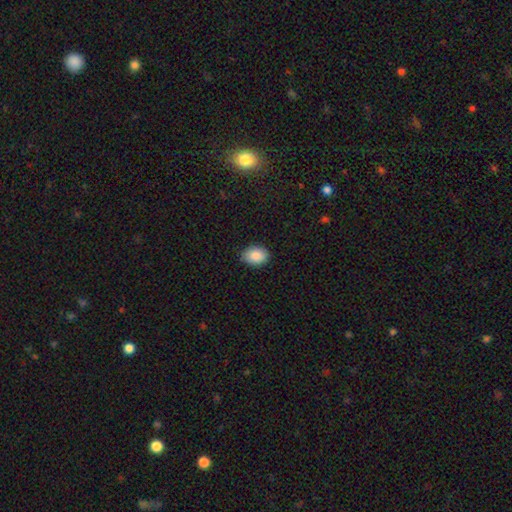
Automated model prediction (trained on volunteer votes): Q: Smooth or featured?
A: smooth (88%); runner-up: star or artifact (7%)
Q: How rounded?
A: in between (73%); runner-up: round (26%)
Q: Merging?
A: none (86%); runner-up: minor disturbance (11%)